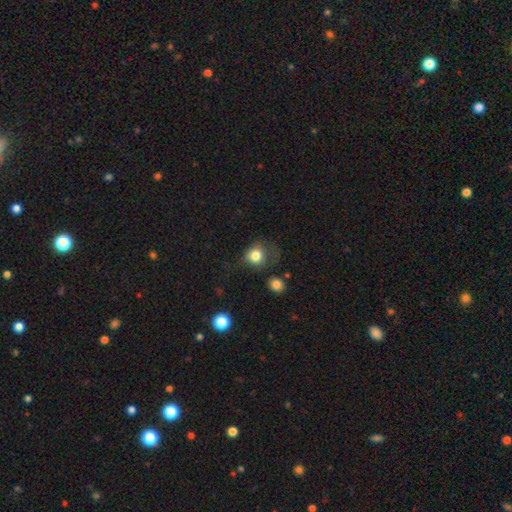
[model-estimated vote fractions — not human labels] smooth_or_featured: smooth (p=0.80) [alt: star or artifact p=0.10]
how_rounded: round (p=0.74) [alt: in between p=0.25]
merging: none (p=0.47) [alt: minor disturbance p=0.26]